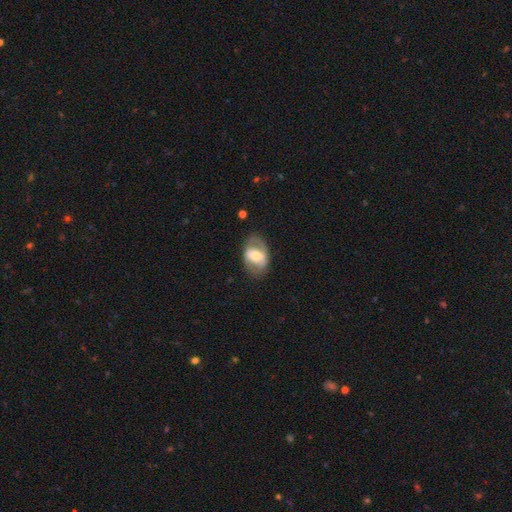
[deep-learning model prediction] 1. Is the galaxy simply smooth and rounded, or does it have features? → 62% featured or disk, 32% smooth, 6% star or artifact.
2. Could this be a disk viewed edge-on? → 93% no, 7% yes.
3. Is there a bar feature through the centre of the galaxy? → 36% no, 35% weak, 29% strong.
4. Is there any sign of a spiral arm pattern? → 53% yes, 47% no.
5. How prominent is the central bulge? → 63% moderate, 25% small, 10% large, 1% none, 1% dominant.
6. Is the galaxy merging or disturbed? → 69% none, 19% minor disturbance, 10% major disturbance, 2% merger.